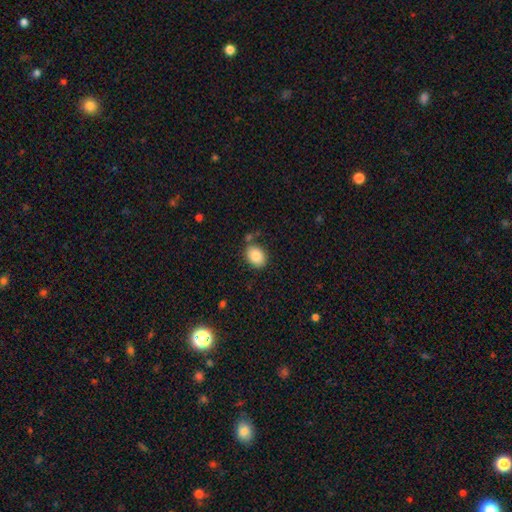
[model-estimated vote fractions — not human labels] Morphology: type=smooth (86%); roundness=in between (70%); merging=none (77%).